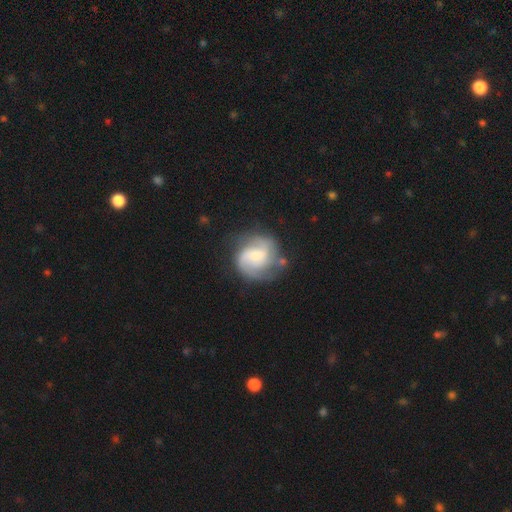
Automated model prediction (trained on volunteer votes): Smooth or featured: featured or disk — 79% (smooth — 15%)
Edge-on disk: no — 98% (yes — 2%)
Bar: weak — 46% (no — 42%)
Spiral arms: yes — 95% (no — 5%)
Spiral winding: medium — 48% (tight — 33%)
Spiral arm count: 2 — 70% (can't tell — 11%)
Bulge size: small — 50% (moderate — 37%)
Merging: none — 70% (minor disturbance — 18%)